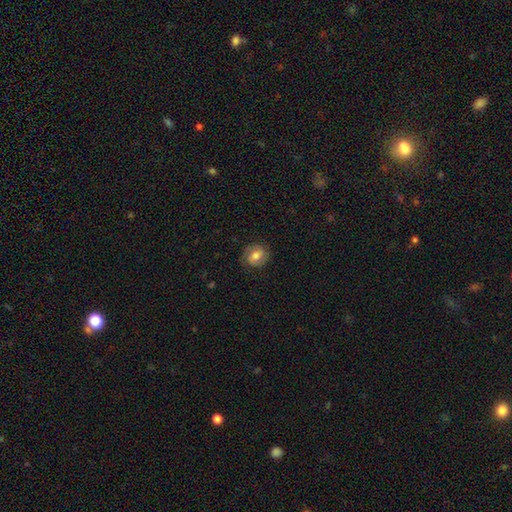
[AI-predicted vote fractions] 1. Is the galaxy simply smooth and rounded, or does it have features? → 55% smooth, 36% featured or disk, 9% star or artifact.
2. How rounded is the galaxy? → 76% round, 23% in between, 1% cigar-shaped.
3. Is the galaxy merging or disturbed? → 80% none, 14% minor disturbance, 5% major disturbance, 1% merger.